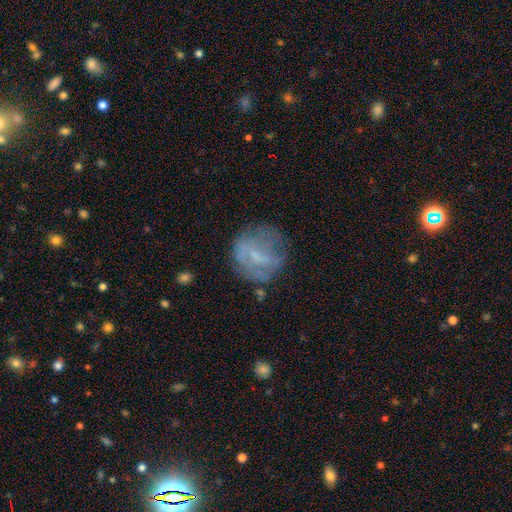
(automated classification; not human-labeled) Overall: featured or disk (50%; smooth 39%). Edge-on disk: no (97%). Merging: none (59%; minor disturbance 22%).